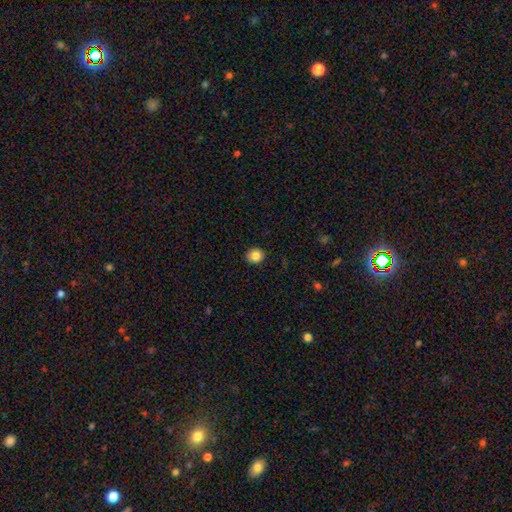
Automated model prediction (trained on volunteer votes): Q: Smooth or featured?
A: smooth (84%); runner-up: star or artifact (10%)
Q: How rounded?
A: round (81%); runner-up: in between (18%)
Q: Merging?
A: none (90%); runner-up: minor disturbance (7%)